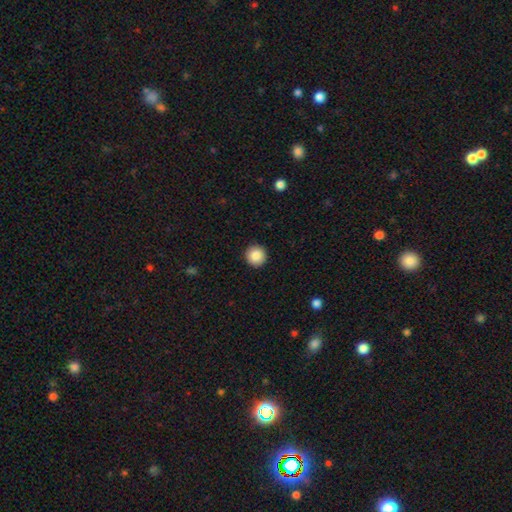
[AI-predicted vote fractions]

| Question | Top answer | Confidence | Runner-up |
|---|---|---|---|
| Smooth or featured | smooth | 87% | star or artifact (8%) |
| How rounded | round | 95% | in between (4%) |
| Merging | none | 93% | minor disturbance (5%) |